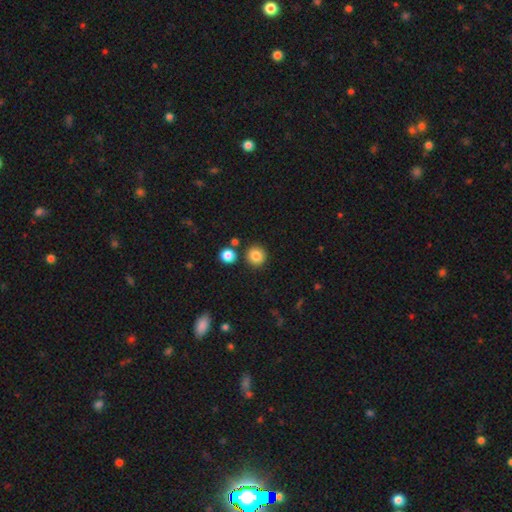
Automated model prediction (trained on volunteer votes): This is clearly a smooth galaxy (85%). How rounded: clearly round (93%). Merging: clearly none (86%).